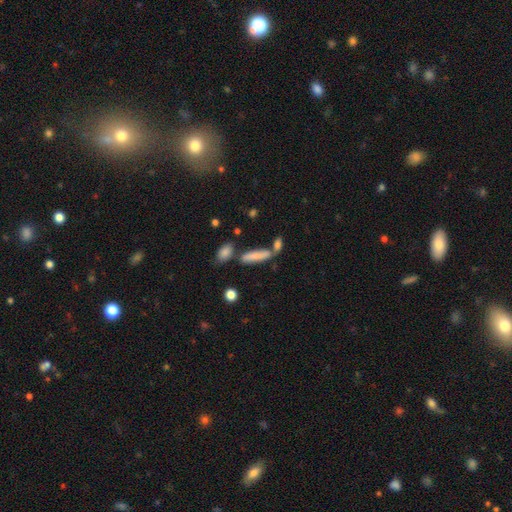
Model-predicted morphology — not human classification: type=smooth (76%); roundness=cigar-shaped (69%); merging=none (55%).